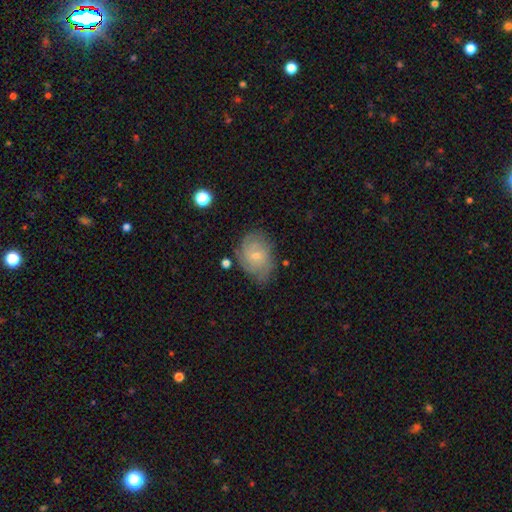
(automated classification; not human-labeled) A featured or disk galaxy (61%) with no bar (67%), tight (57%) spiral arms (87%) and a small central bulge (66%). Merging: none (67%).